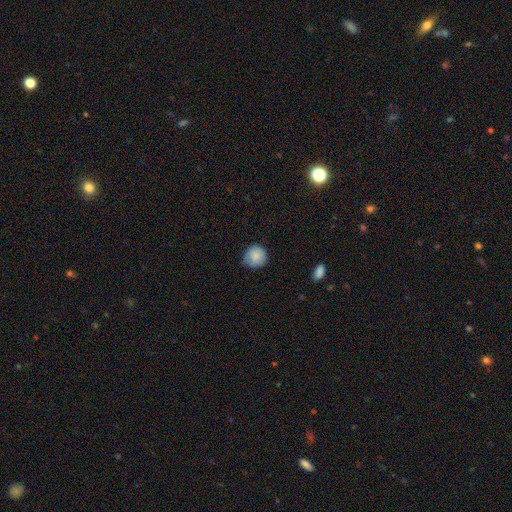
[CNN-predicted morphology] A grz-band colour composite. It shows a smooth galaxy with no disk features (86%) that is round (88%). Merging: none (67%).